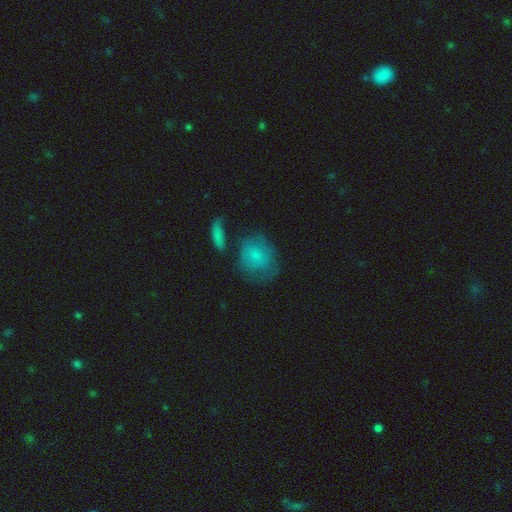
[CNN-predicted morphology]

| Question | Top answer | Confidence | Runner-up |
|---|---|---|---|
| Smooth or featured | smooth | 68% | featured or disk (23%) |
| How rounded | round | 65% | in between (34%) |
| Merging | none | 52% | minor disturbance (24%) |